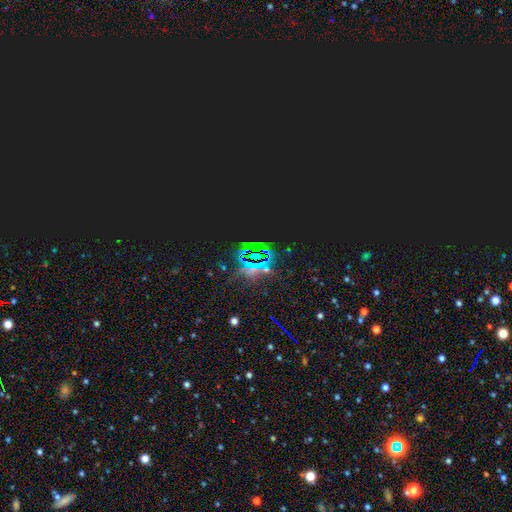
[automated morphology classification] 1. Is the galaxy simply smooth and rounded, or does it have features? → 84% star or artifact, 8% smooth, 8% featured or disk.